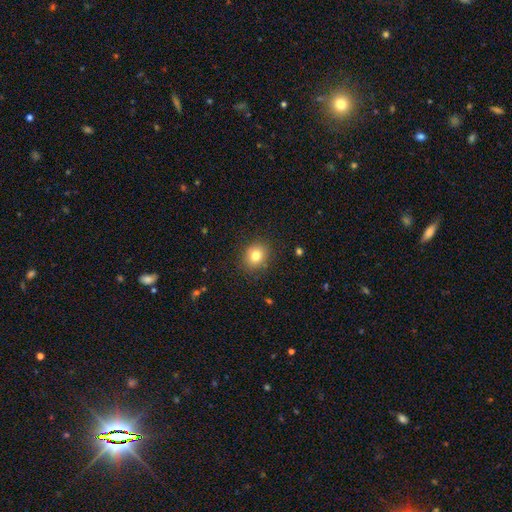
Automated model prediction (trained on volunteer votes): Q: Smooth or featured?
A: smooth (81%); runner-up: star or artifact (11%)
Q: How rounded?
A: round (68%); runner-up: in between (31%)
Q: Merging?
A: none (87%); runner-up: minor disturbance (9%)